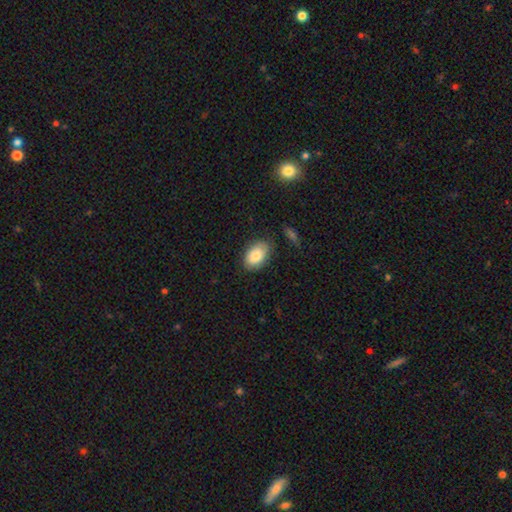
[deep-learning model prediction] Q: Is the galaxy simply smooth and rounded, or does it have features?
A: smooth — 84%.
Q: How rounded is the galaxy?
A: in between — 89%.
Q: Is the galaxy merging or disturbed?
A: none — 78%.